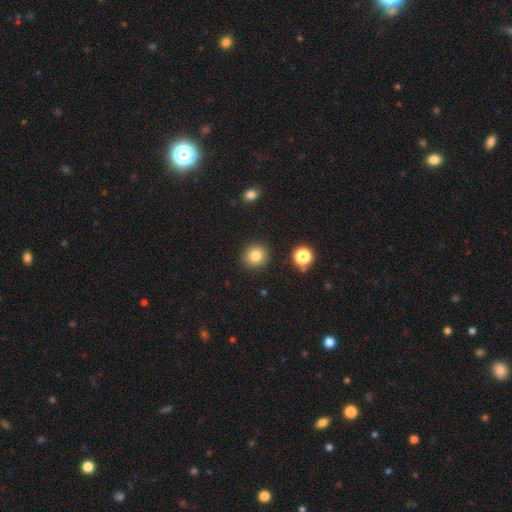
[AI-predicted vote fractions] Smooth or featured?
  - smooth: 82% *
  - star or artifact: 11%
  - featured or disk: 7%
How rounded?
  - round: 90% *
  - in between: 9%
  - cigar-shaped: 1%
Merging?
  - none: 90% *
  - minor disturbance: 6%
  - major disturbance: 2%
  - merger: 2%